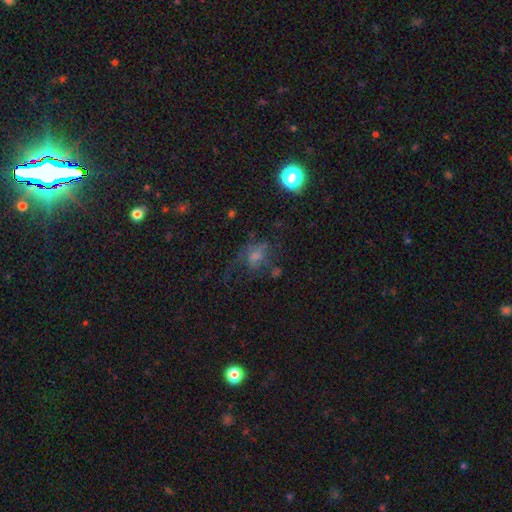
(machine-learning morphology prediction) Overall: smooth (38%; featured or disk 34%). Merging: none (44%; major disturbance 31%).